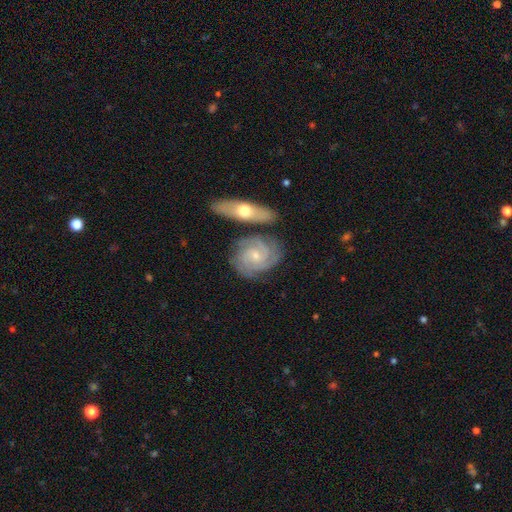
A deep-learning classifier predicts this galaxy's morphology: A featured or disk galaxy (85%) with no bar (68%), 3 (34%) tight (71%) spiral arms (97%) and a small central bulge (67%).

Vote fractions:
- Smooth or featured? featured or disk: 85% / smooth: 10% / star or artifact: 5%
- Edge-on disk? no: 96% / yes: 4%
- Bar? no: 68% / weak: 27% / strong: 5%
- Spiral arms? yes: 97% / no: 3%
- Spiral winding? tight: 71% / medium: 25% / loose: 4%
- Spiral arm count? 3: 34% / 2: 25% / can't tell: 19% / 4: 13% / more than 4: 4% / 1: 4%
- Bulge size? small: 67% / moderate: 29% / none: 2% / large: 1% / dominant: 1%
- Merging? none: 71% / minor disturbance: 16% / merger: 9% / major disturbance: 4%